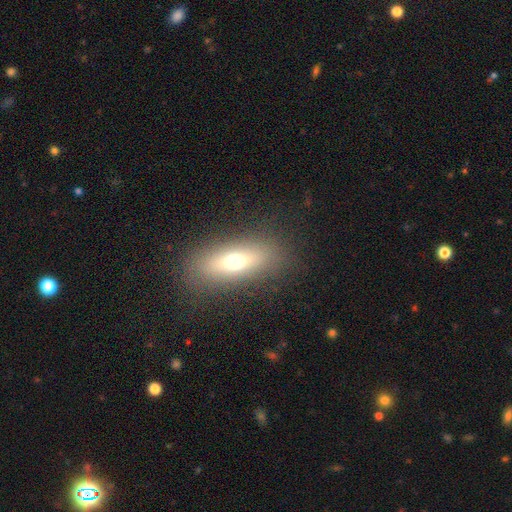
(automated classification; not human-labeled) smooth 62%, featured or disk 26%, star or artifact 12%. Down the decision tree: how rounded — in between (67%); merging — none (85%).